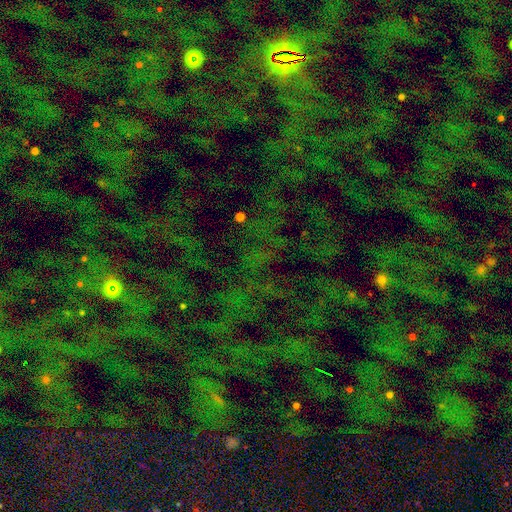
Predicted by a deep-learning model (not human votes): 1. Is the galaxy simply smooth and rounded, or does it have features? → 71% star or artifact, 19% smooth, 10% featured or disk.